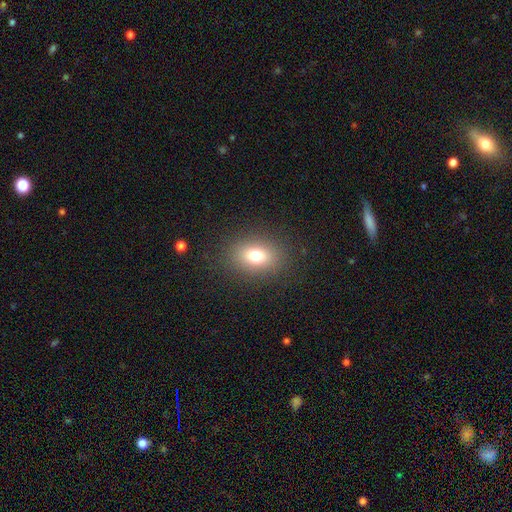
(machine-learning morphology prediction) Overall: smooth (75%). How rounded: in between (68%; round 30%). Merging: none (87%).